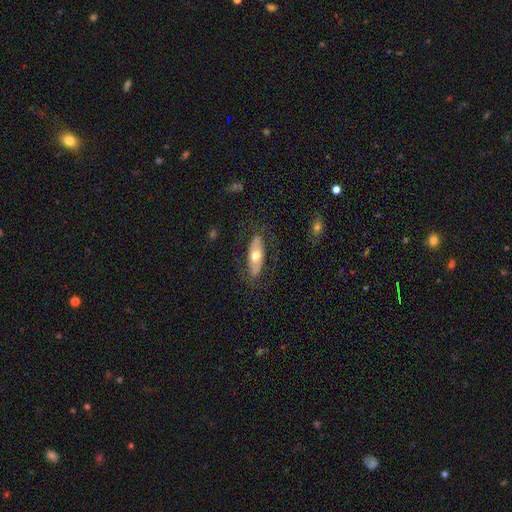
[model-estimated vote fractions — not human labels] Q: Smooth or featured?
A: smooth (50%); runner-up: featured or disk (44%)
Q: How rounded?
A: in between (74%); runner-up: cigar-shaped (23%)
Q: Merging?
A: none (76%); runner-up: minor disturbance (16%)